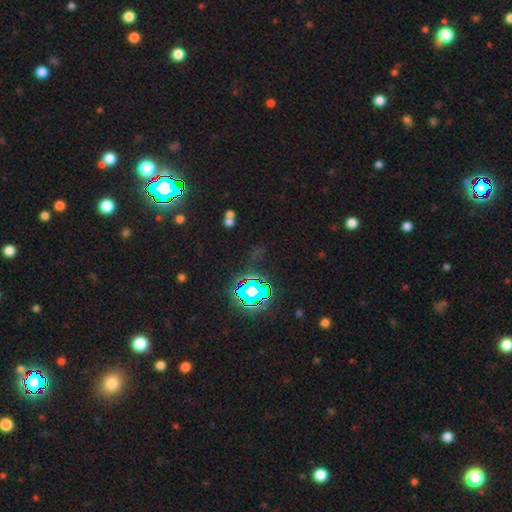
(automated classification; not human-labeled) Smooth or featured?
  - star or artifact: 78% *
  - smooth: 14%
  - featured or disk: 8%